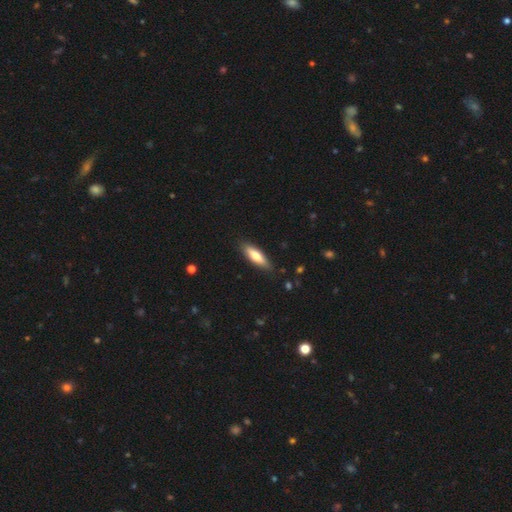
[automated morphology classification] smooth_or_featured: smooth (p=0.72) [alt: featured or disk p=0.23]
how_rounded: cigar-shaped (p=0.53) [alt: in between p=0.45]
merging: none (p=0.85) [alt: minor disturbance p=0.11]